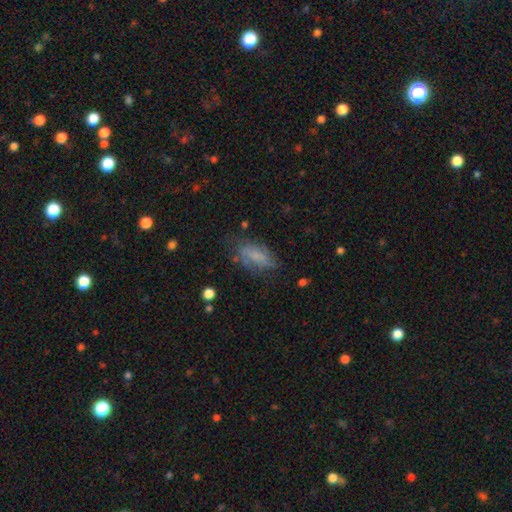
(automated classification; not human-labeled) A smooth galaxy with no disk features (63%) that is in between round and cigar-shaped (85%).

Vote fractions:
- Smooth or featured? smooth: 63% / featured or disk: 28% / star or artifact: 10%
- How rounded? in between: 85% / cigar-shaped: 11% / round: 4%
- Merging? none: 60% / minor disturbance: 26% / major disturbance: 11% / merger: 3%